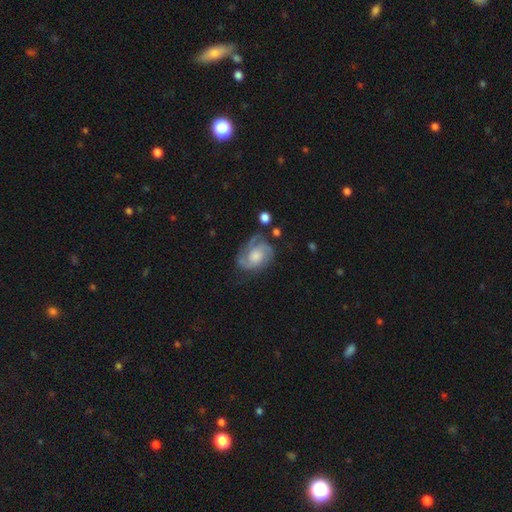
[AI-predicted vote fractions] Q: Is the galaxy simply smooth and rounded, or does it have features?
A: featured or disk — 80%.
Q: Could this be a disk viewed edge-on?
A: no — 98%.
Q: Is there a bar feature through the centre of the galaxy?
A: no — 72%.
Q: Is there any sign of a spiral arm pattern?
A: yes — 95%.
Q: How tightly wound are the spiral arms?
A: tight — 44%.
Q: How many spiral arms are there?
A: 3 — 40%.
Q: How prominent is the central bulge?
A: moderate — 45%.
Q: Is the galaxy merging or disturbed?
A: none — 61%.